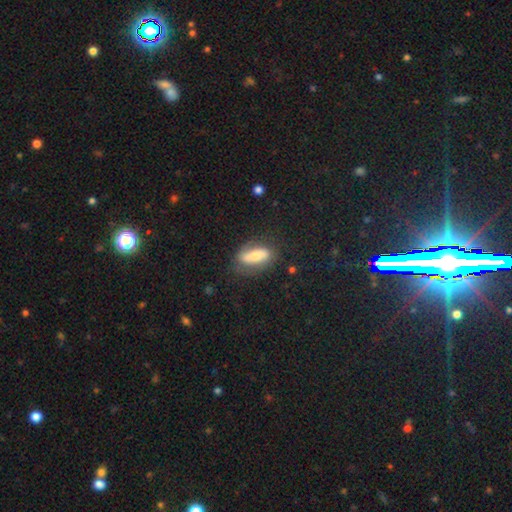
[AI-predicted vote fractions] Overall: smooth (58%; featured or disk 34%). How rounded: in between (70%). Merging: none (71%).